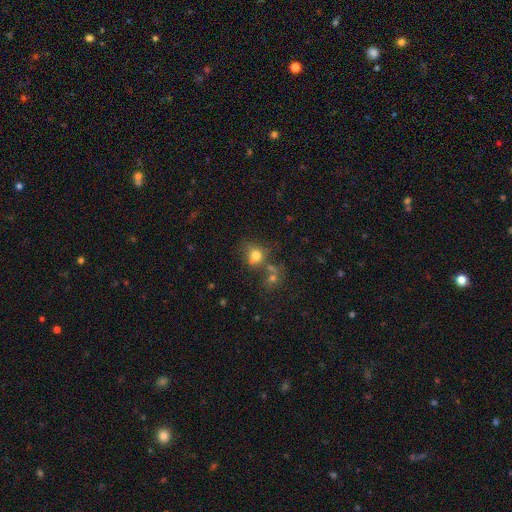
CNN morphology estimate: This is likely a smooth galaxy (72%). How rounded: likely round (71%). Merging: possibly none (49%).